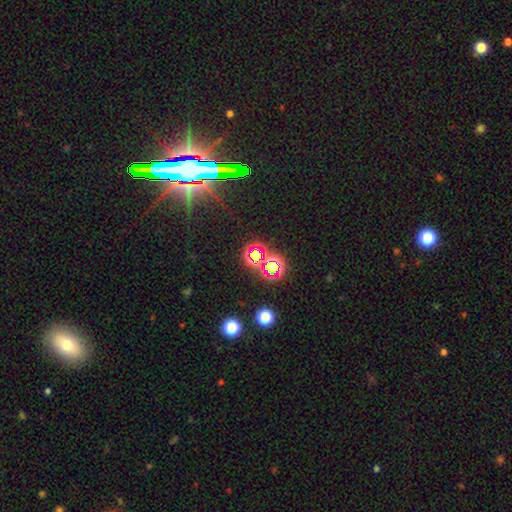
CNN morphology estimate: smooth-or-featured: star or artifact: 73% | smooth: 18% | featured or disk: 9%